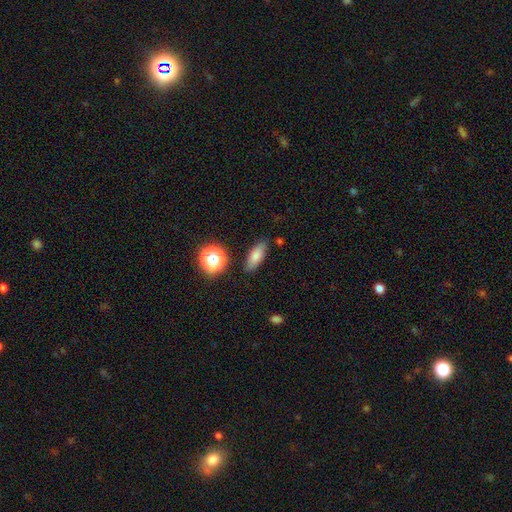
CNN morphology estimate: Smooth or featured?
  - smooth: 76% *
  - featured or disk: 12%
  - star or artifact: 11%
How rounded?
  - in between: 67% *
  - cigar-shaped: 25%
  - round: 8%
Merging?
  - none: 82% *
  - minor disturbance: 12%
  - major disturbance: 3%
  - merger: 3%